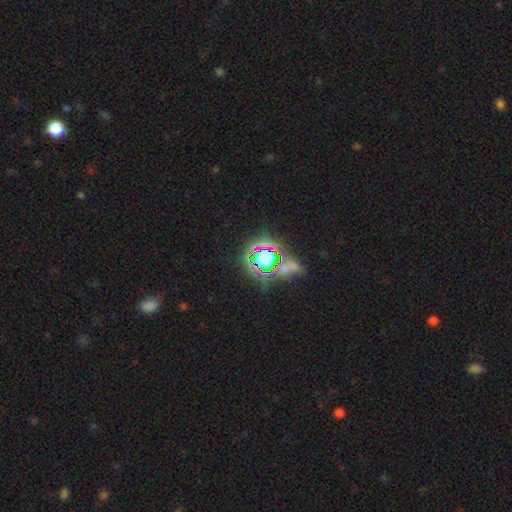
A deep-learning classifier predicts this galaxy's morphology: Q: Smooth or featured?
A: star or artifact (74%); runner-up: smooth (16%)